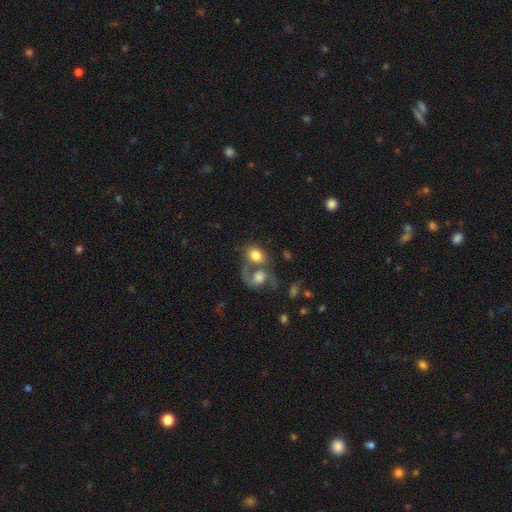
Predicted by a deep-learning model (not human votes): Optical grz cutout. It shows a smooth galaxy with no disk features (60%) that is in between round and cigar-shaped (56%). Merging: merger (64%).